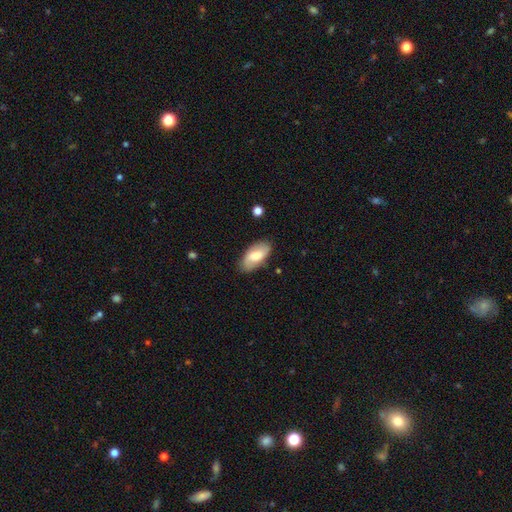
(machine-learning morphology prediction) smooth-or-featured: smooth: 61% | featured or disk: 33% | star or artifact: 6%
  how-rounded: in between: 93% | cigar-shaped: 5% | round: 3%
  merging: none: 82% | minor disturbance: 13% | major disturbance: 3% | merger: 1%